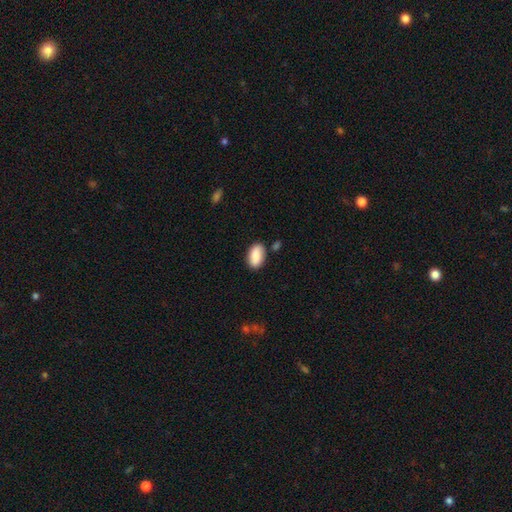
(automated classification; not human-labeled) Smooth or featured?
  - smooth: 85% *
  - featured or disk: 9%
  - star or artifact: 7%
How rounded?
  - in between: 92% *
  - round: 5%
  - cigar-shaped: 3%
Merging?
  - none: 78% *
  - minor disturbance: 14%
  - merger: 5%
  - major disturbance: 3%